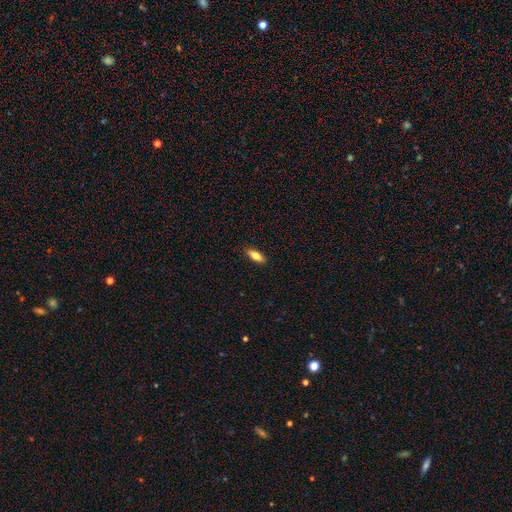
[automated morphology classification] The model was most divided on "how rounded": in between: 61%, cigar-shaped: 36%, round: 2%. More confident: merging — none (89%); smooth or featured — smooth (73%).